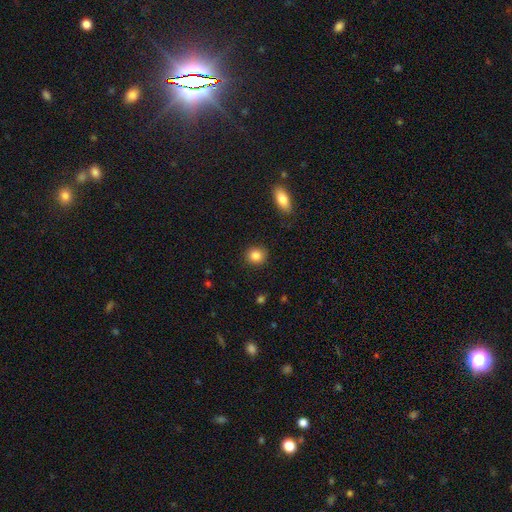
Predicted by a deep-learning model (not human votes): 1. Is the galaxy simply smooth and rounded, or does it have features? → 86% smooth, 9% star or artifact, 5% featured or disk.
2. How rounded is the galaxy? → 84% round, 15% in between, 1% cigar-shaped.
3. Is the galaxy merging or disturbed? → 90% none, 6% minor disturbance, 2% major disturbance, 1% merger.